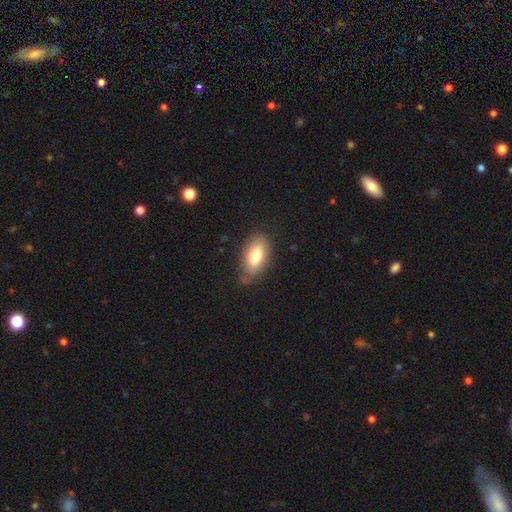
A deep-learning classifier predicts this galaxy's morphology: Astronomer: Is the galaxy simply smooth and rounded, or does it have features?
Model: smooth — 76%.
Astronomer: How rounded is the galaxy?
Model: in between — 85%.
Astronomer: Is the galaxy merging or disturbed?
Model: none — 74%.